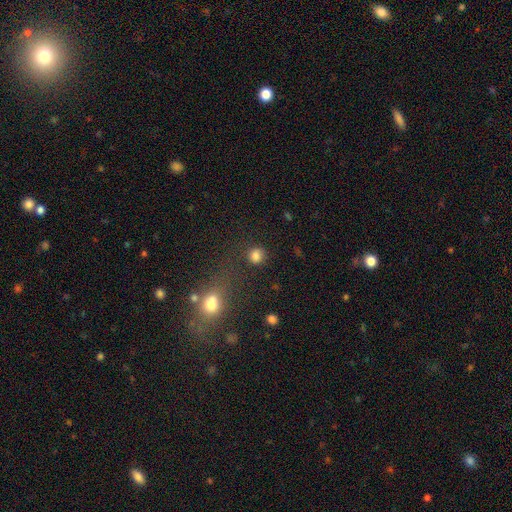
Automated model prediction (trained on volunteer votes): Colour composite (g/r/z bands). It shows a smooth galaxy with no disk features (82%) that is round (85%). Merging: none (81%).